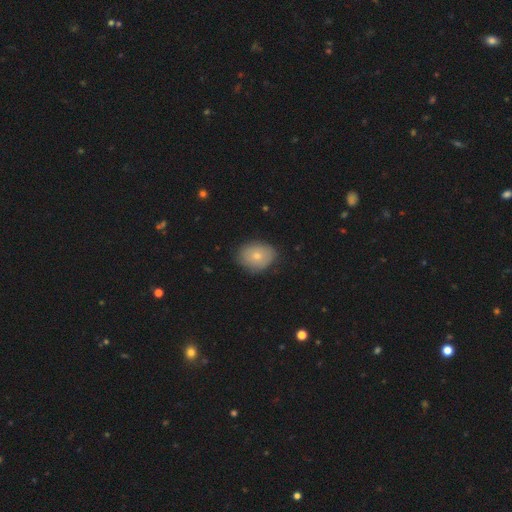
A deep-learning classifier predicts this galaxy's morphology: A smooth galaxy with no disk features (71%) that is in between round and cigar-shaped (54%). Merging: none (75%).